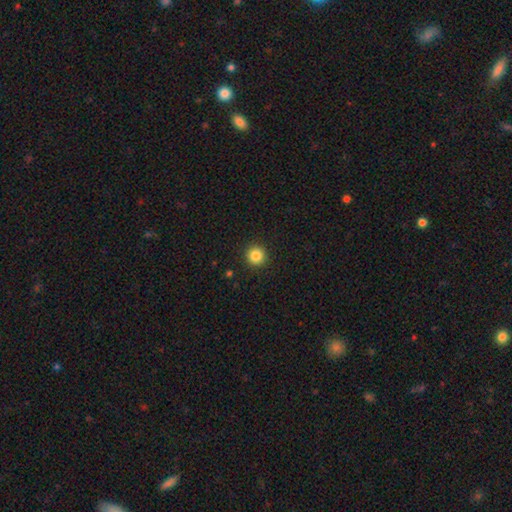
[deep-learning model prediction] A smooth galaxy with no disk features (85%) that is round (95%). Merging: none (93%).